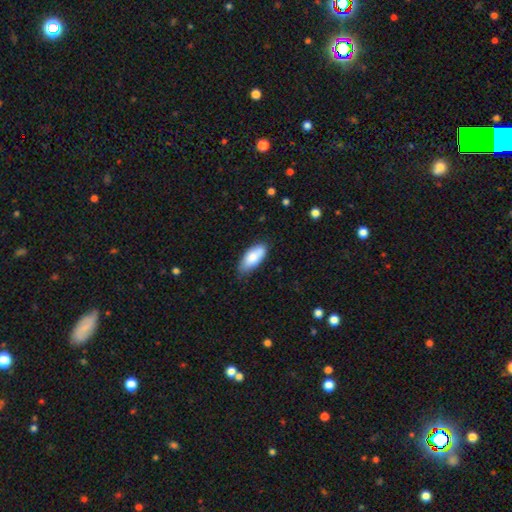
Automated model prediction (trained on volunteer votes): Smooth or featured? Predicted: smooth (p=0.82). How rounded? Predicted: in between (p=0.86). Merging? Predicted: none (p=0.72).